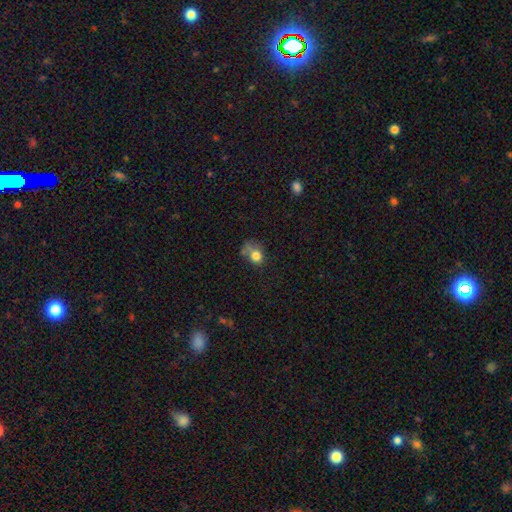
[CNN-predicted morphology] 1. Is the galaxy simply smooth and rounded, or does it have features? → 76% smooth, 12% featured or disk, 12% star or artifact.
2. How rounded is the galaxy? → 56% round, 43% in between, 1% cigar-shaped.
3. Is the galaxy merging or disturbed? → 36% none, 28% minor disturbance, 21% major disturbance, 14% merger.